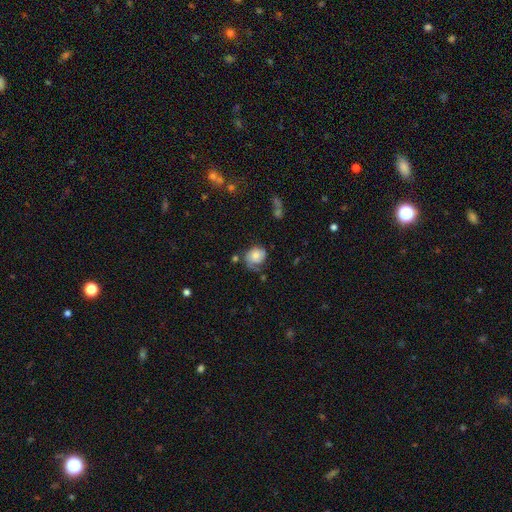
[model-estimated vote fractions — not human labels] Smooth or featured: smooth — 52% (featured or disk — 39%)
How rounded: round — 63% (in between — 36%)
Merging: none — 52% (minor disturbance — 28%)